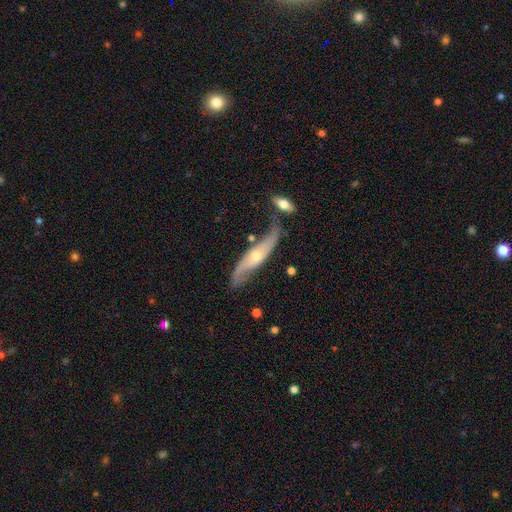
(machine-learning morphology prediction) A featured or disk galaxy (78%) with no bar (67%), spiral arms (89%) and a small central bulge (56%). Merging: none (58%).